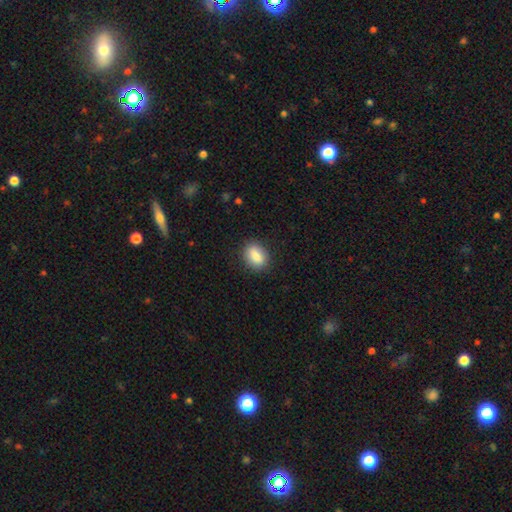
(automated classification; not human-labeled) This is clearly a smooth galaxy (86%). How rounded: likely in between (75%). Merging: clearly none (87%).